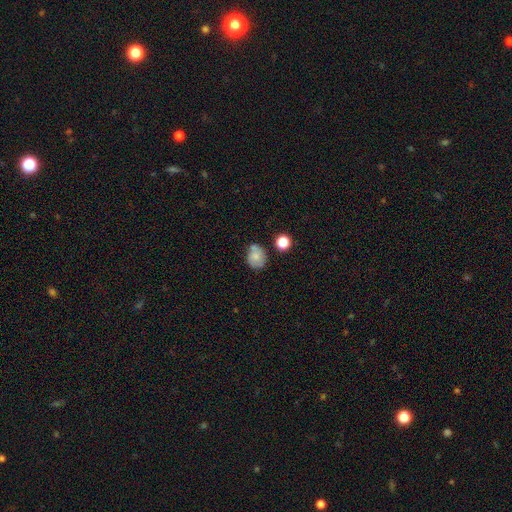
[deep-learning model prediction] Smooth or featured? smooth (70%)
How rounded? round (61%)
Merging? none (54%)